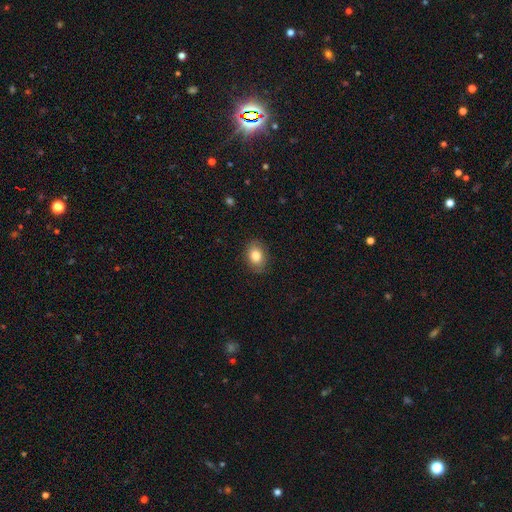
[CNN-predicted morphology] This appears to be a smooth galaxy with no disk features (82%) that is in between round and cigar-shaped (74%). Merging: none (86%).